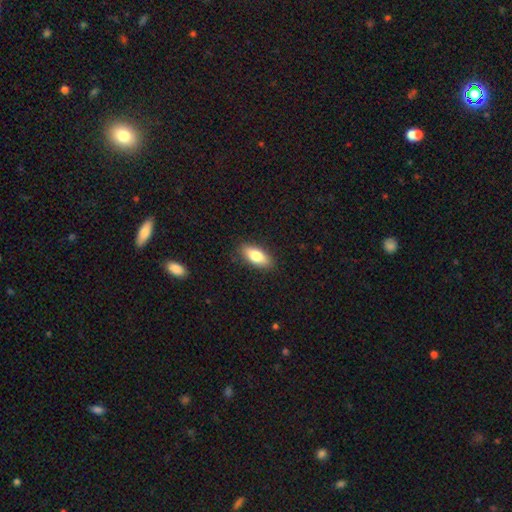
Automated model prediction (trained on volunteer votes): Overall: smooth (80%). How rounded: in between (84%). Merging: none (87%).